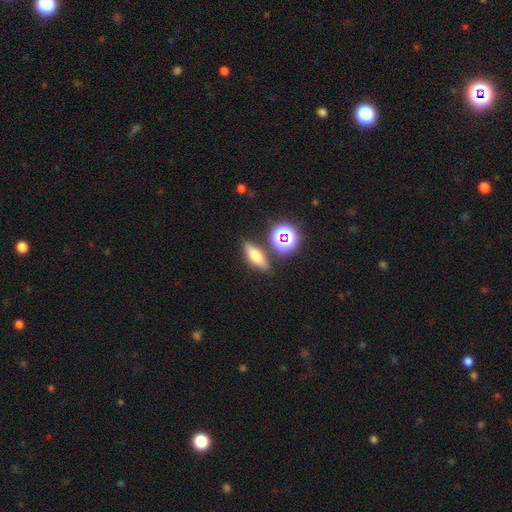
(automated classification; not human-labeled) Smooth or featured? smooth (61%)
How rounded? in between (57%)
Merging? none (80%)